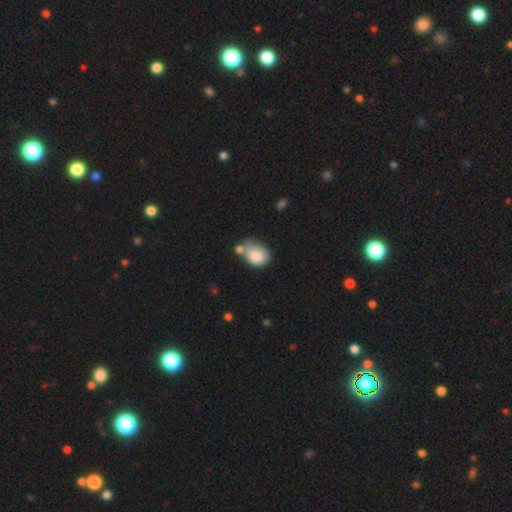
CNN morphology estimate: smooth 82%, featured or disk 10%, star or artifact 8%. Down the decision tree: how rounded — in between (65%); merging — none (40%).